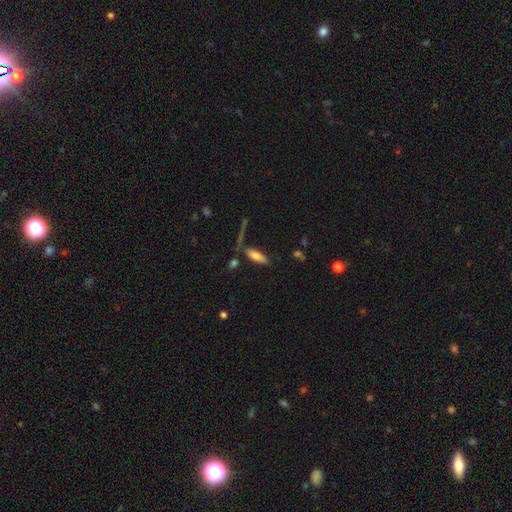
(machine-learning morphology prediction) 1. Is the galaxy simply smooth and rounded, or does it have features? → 75% smooth, 17% featured or disk, 8% star or artifact.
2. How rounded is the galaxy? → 63% in between, 34% cigar-shaped, 2% round.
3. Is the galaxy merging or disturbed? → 67% none, 15% minor disturbance, 12% merger, 6% major disturbance.